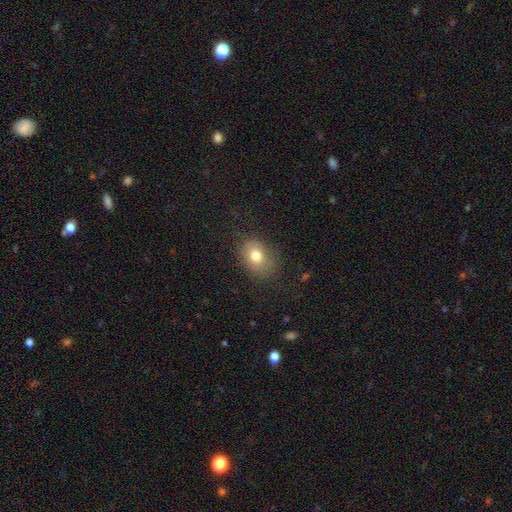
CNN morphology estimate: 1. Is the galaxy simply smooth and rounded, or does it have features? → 77% smooth, 12% featured or disk, 11% star or artifact.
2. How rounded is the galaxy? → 63% in between, 36% round, 1% cigar-shaped.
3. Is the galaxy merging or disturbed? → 76% none, 17% minor disturbance, 6% major disturbance, 1% merger.